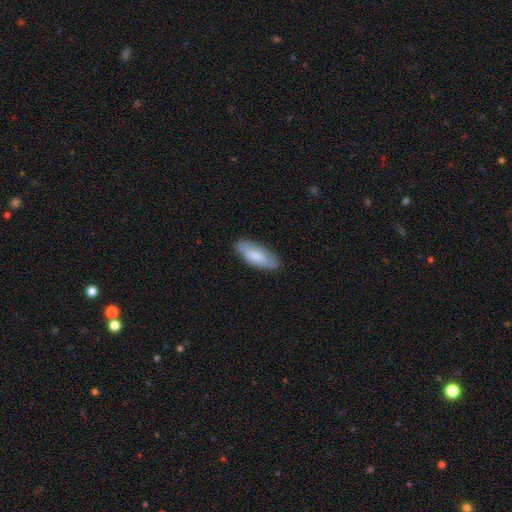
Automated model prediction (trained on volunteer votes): A smooth galaxy with no disk features (73%) that is in between round and cigar-shaped (74%).

Vote fractions:
- Smooth or featured? smooth: 73% / featured or disk: 21% / star or artifact: 6%
- How rounded? in between: 74% / cigar-shaped: 24% / round: 2%
- Merging? none: 82% / minor disturbance: 14% / major disturbance: 3% / merger: 1%